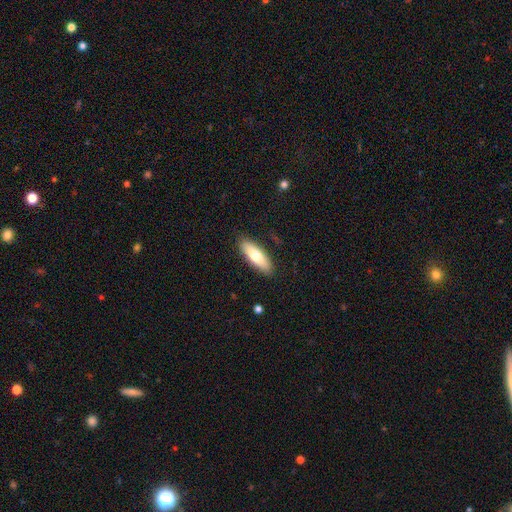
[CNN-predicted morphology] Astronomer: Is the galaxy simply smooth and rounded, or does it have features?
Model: smooth — 69%.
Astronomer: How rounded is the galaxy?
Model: in between — 61% (runner-up: cigar-shaped, 37%).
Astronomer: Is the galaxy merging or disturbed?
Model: none — 87%.